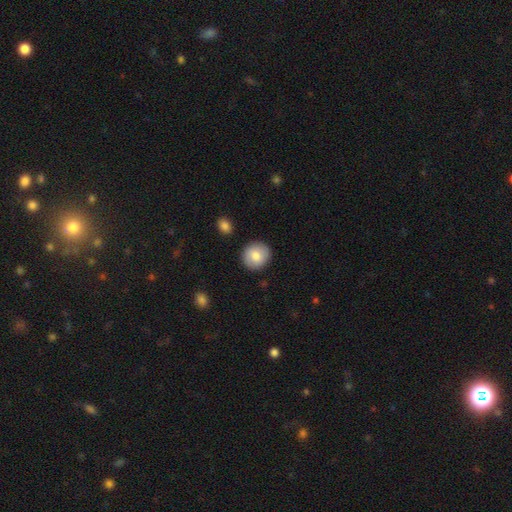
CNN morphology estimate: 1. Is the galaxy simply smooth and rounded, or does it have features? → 80% smooth, 13% featured or disk, 7% star or artifact.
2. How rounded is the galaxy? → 89% round, 10% in between, 1% cigar-shaped.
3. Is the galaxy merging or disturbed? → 89% none, 7% minor disturbance, 2% major disturbance, 2% merger.